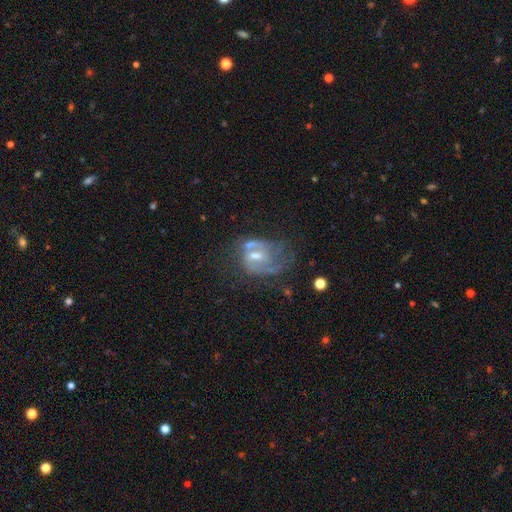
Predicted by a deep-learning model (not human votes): smooth_or_featured: featured or disk (p=0.72) [alt: smooth p=0.18]
disk_edge_on: no (p=0.97) [alt: yes p=0.03]
bar: weak (p=0.50) [alt: no p=0.37]
has_spiral_arms: yes (p=0.67) [alt: no p=0.33]
bulge_size: moderate (p=0.52) [alt: small p=0.34]
merging: none (p=0.34) [alt: major disturbance p=0.30]